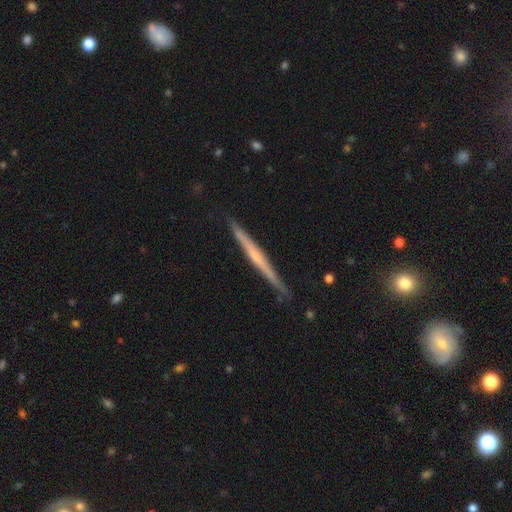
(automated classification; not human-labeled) A featured or disk galaxy (61%) viewed edge-on (98%) with no central bulge (67%).

Vote fractions:
- Smooth or featured? featured or disk: 61% / smooth: 33% / star or artifact: 5%
- Edge-on disk? yes: 98% / no: 2%
- Edge-on bulge? none: 67% / rounded: 25% / boxy: 8%
- Merging? none: 88% / minor disturbance: 9% / major disturbance: 1% / merger: 1%